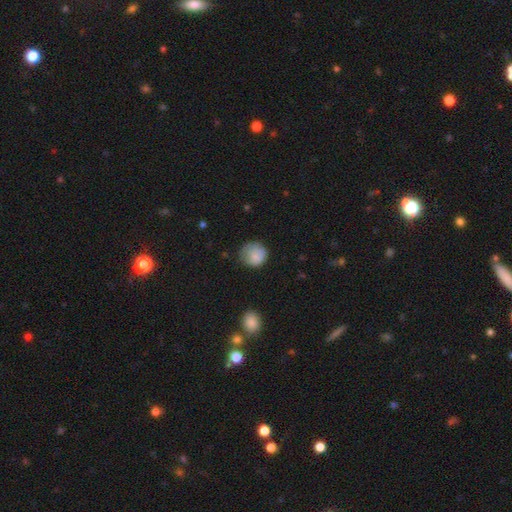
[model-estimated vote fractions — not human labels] Overall: smooth (82%). How rounded: round (88%). Merging: none (67%).